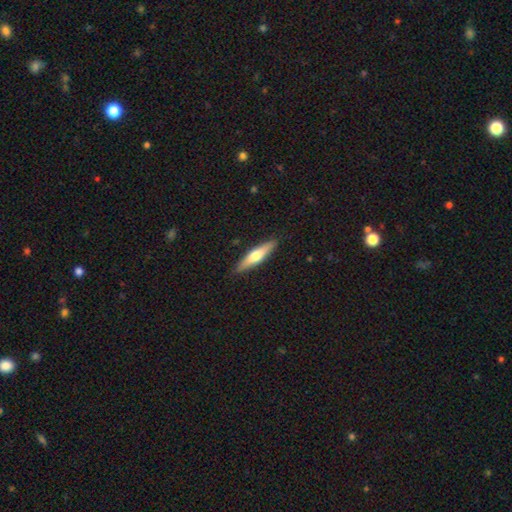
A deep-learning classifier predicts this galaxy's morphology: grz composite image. It shows a smooth galaxy with no disk features (52%) that is cigar-shaped (80%). Merging: none (89%).